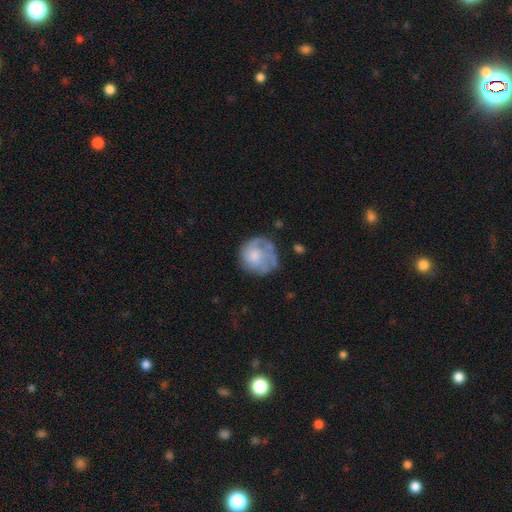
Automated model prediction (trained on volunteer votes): Smooth or featured?
  - smooth: 52% *
  - featured or disk: 40%
  - star or artifact: 7%
How rounded?
  - round: 85% *
  - in between: 14%
  - cigar-shaped: 1%
Merging?
  - none: 56% *
  - minor disturbance: 23%
  - major disturbance: 17%
  - merger: 3%